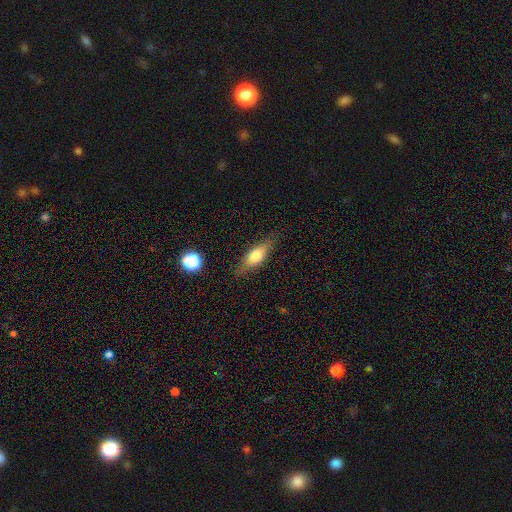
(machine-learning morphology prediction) This is likely a smooth galaxy (66%). How rounded: possibly in between (60%). Merging: likely none (80%).